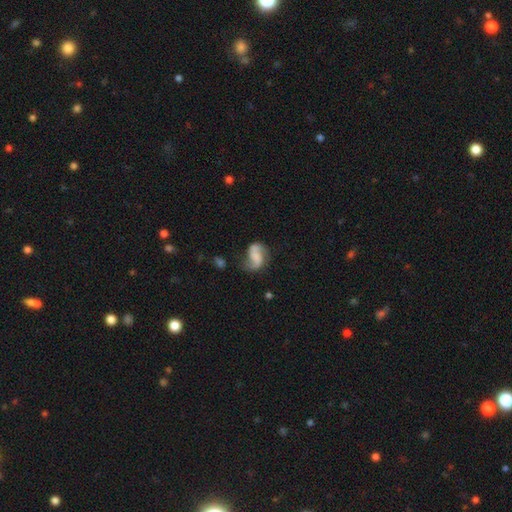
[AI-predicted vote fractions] Overall: featured or disk (73%). Edge-on disk: no (98%). Bar: no (49%; weak 35%). Spiral arms: yes (93%). Spiral arm count: 2 (88%). Spiral winding: loose (56%; medium 34%). Bulge size: none (57%). Merging: none (58%; minor disturbance 22%).